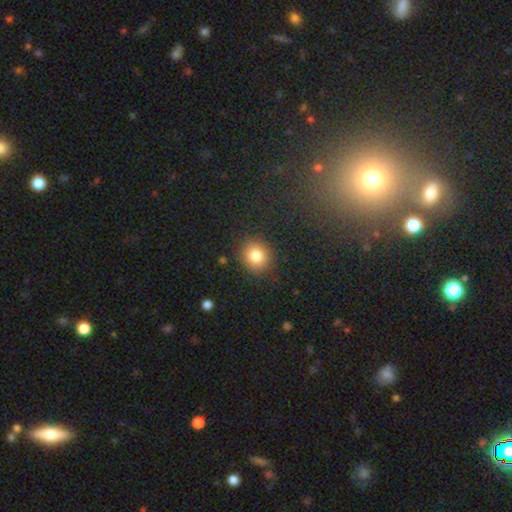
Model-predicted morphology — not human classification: Q: Smooth or featured?
A: smooth (82%); runner-up: star or artifact (11%)
Q: How rounded?
A: round (75%); runner-up: in between (24%)
Q: Merging?
A: none (87%); runner-up: minor disturbance (8%)